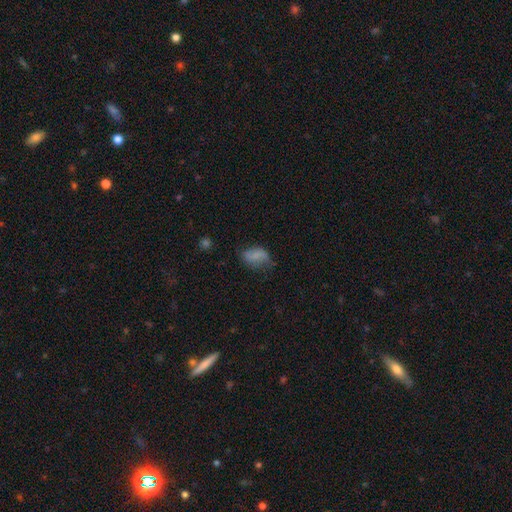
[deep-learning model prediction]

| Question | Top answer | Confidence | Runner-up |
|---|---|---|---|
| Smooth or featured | smooth | 70% | featured or disk (20%) |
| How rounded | in between | 86% | round (12%) |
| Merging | none | 51% | minor disturbance (33%) |